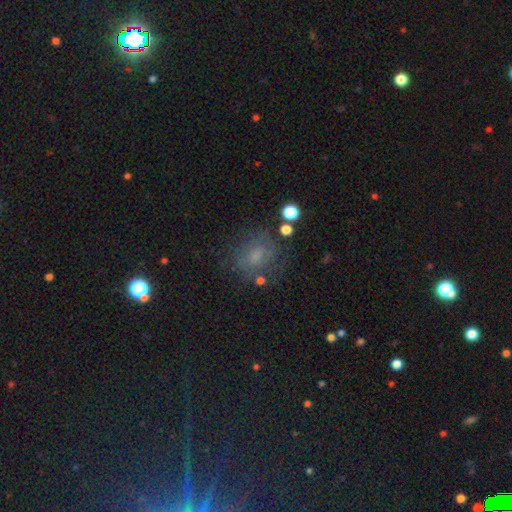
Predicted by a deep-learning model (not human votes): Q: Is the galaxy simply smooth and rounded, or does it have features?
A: smooth — 52%.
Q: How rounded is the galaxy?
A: round — 64%.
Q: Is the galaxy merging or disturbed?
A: none — 65%.